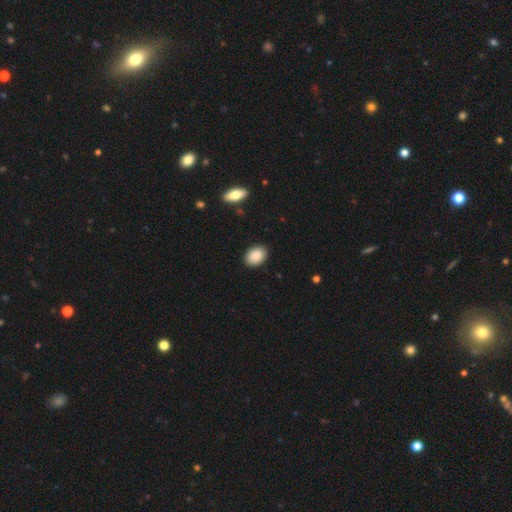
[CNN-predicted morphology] smooth_or_featured: smooth (p=0.88) [alt: star or artifact p=0.07]
how_rounded: in between (p=0.82) [alt: round p=0.17]
merging: none (p=0.90) [alt: minor disturbance p=0.07]